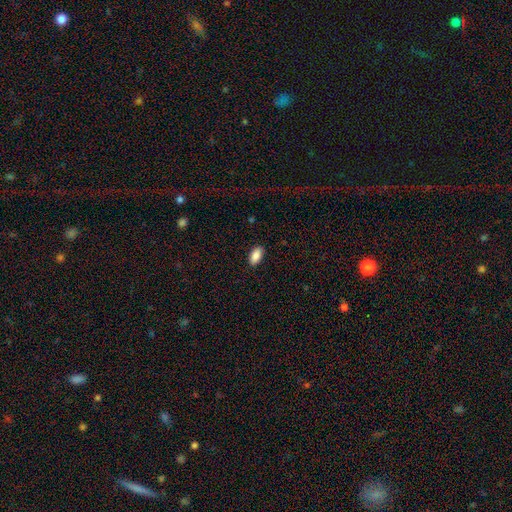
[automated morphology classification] Smooth or featured? smooth (89%)
How rounded? in between (93%)
Merging? none (89%)